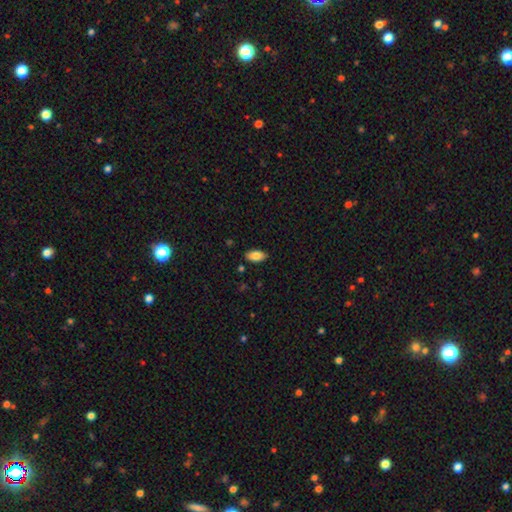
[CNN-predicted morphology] This appears to be a smooth galaxy with no disk features (84%) that is in between round and cigar-shaped (94%). Merging: none (86%).